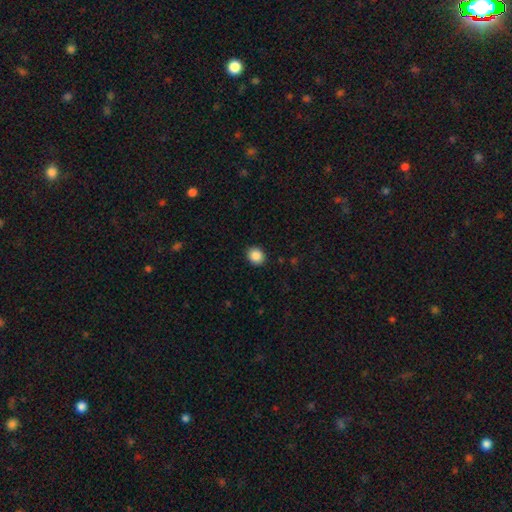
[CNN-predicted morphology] Smooth or featured: smooth — 87% (star or artifact — 9%)
How rounded: round — 79% (in between — 21%)
Merging: none — 91% (minor disturbance — 6%)